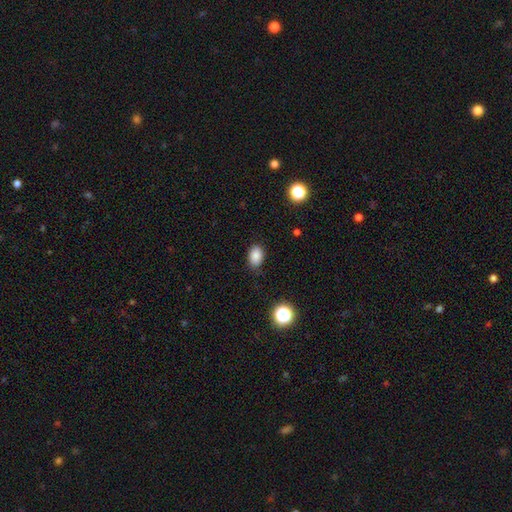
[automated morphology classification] A smooth galaxy with no disk features (85%) that is in between round and cigar-shaped (83%).

Vote fractions:
- Smooth or featured? smooth: 85% / star or artifact: 10% / featured or disk: 5%
- How rounded? in between: 83% / round: 16% / cigar-shaped: 1%
- Merging? none: 83% / minor disturbance: 13% / major disturbance: 3% / merger: 1%